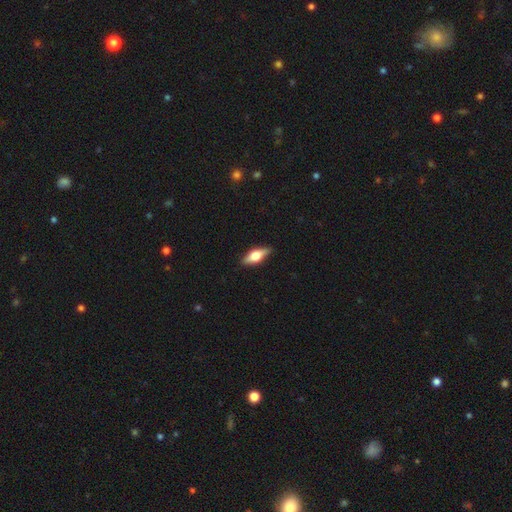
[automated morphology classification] Smooth or featured?
  - featured or disk: 48% *
  - smooth: 46%
  - star or artifact: 6%
Merging?
  - none: 88% *
  - minor disturbance: 9%
  - major disturbance: 2%
  - merger: 1%